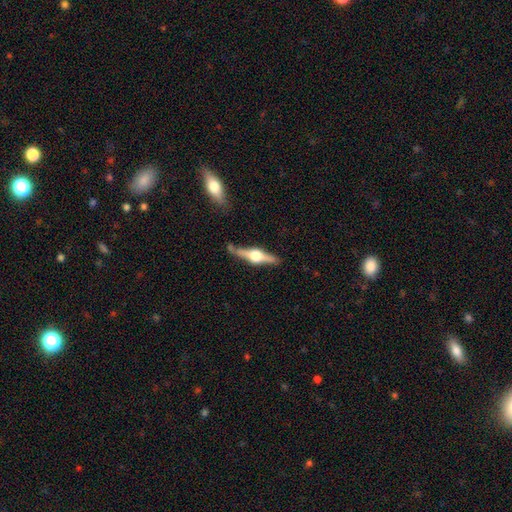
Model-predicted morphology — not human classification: smooth_or_featured: featured or disk (p=0.80) [alt: smooth p=0.15]
disk_edge_on: yes (p=0.97) [alt: no p=0.03]
edge_on_bulge: rounded (p=0.95) [alt: boxy p=0.04]
merging: none (p=0.81) [alt: minor disturbance p=0.13]